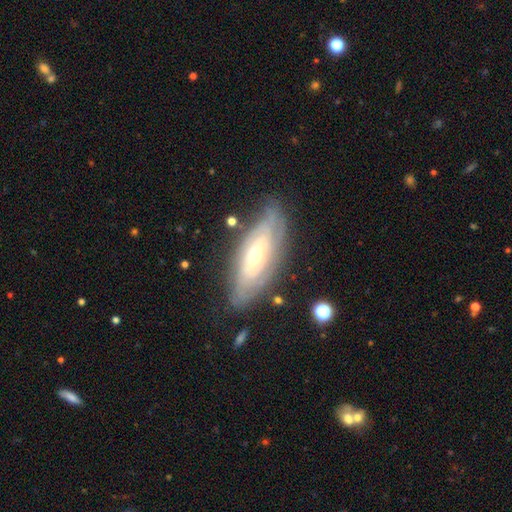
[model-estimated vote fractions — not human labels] Overall: featured or disk (73%). Edge-on disk: no (83%). Bar: no (68%). Spiral arms: yes (84%). Spiral arm count: can't tell (63%). Spiral winding: tight (73%). Bulge size: small (58%; moderate 37%). Merging: none (75%).